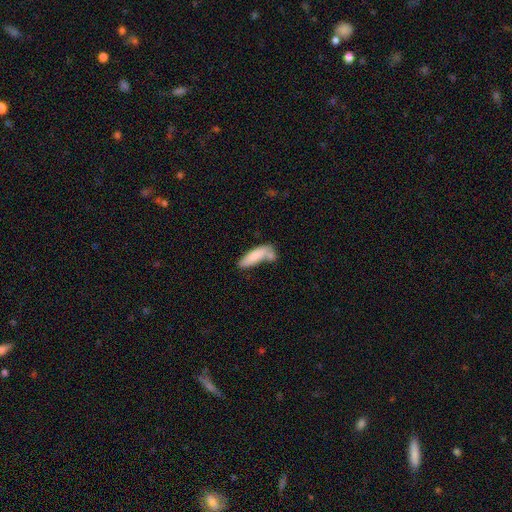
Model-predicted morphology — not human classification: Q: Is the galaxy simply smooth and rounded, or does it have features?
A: smooth — 82%.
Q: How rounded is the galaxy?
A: cigar-shaped — 54%.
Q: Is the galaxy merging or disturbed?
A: none — 50%.